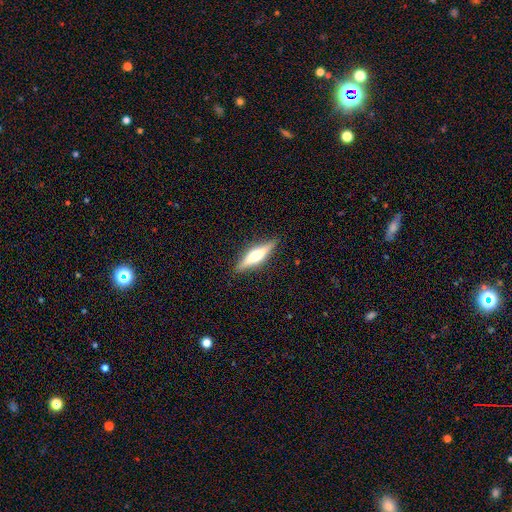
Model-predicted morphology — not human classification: featured or disk 61%, smooth 33%, star or artifact 6%. Down the decision tree: edge-on disk — yes (96%); edge-on bulge — rounded (89%); merging — none (89%).